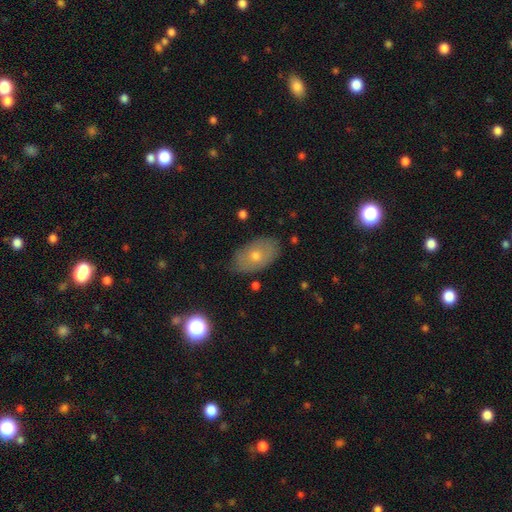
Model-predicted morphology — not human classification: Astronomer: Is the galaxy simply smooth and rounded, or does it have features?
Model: smooth — 59%.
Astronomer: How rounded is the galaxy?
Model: in between — 91%.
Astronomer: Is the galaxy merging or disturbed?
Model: none — 81%.